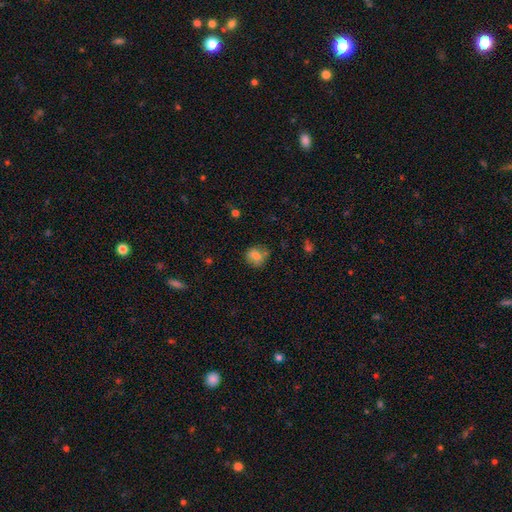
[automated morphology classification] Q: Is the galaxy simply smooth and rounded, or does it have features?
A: smooth — 75%.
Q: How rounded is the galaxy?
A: round — 76%.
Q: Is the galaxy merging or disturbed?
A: none — 68%.